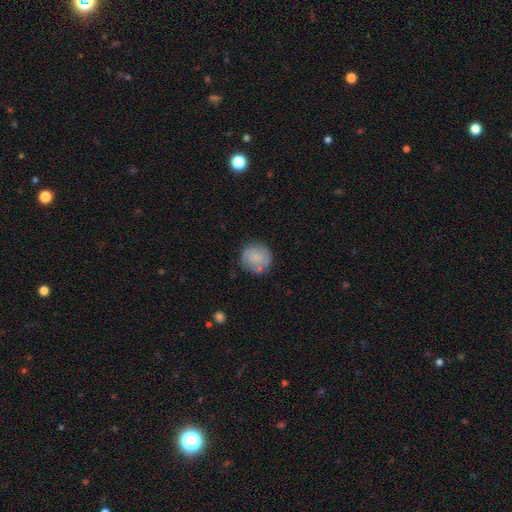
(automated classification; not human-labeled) This is likely a smooth galaxy (69%). How rounded: clearly round (91%). Merging: likely none (75%).